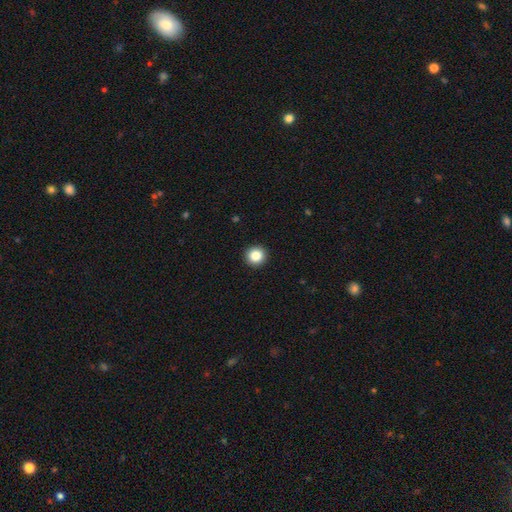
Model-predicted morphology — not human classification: This is clearly a smooth galaxy (86%). How rounded: clearly round (95%). Merging: clearly none (93%).